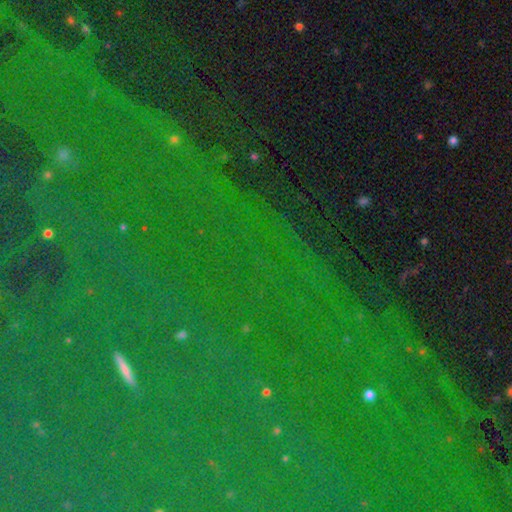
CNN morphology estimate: smooth_or_featured: star or artifact (p=0.83) [alt: smooth p=0.09]